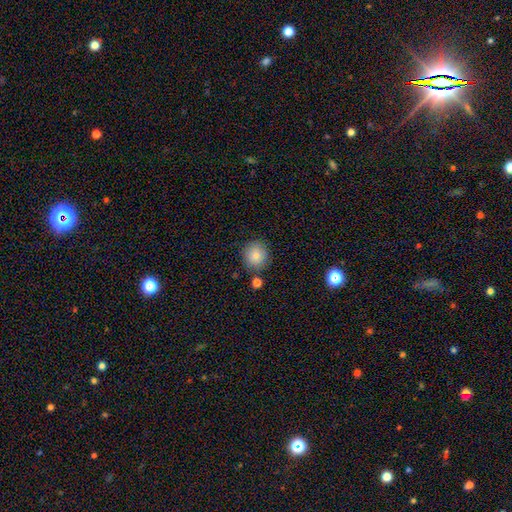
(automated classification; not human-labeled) A smooth galaxy with no disk features (85%) that is round (90%).

Vote fractions:
- Smooth or featured? smooth: 85% / star or artifact: 9% / featured or disk: 7%
- How rounded? round: 90% / in between: 10% / cigar-shaped: 1%
- Merging? none: 80% / minor disturbance: 11% / merger: 7% / major disturbance: 3%